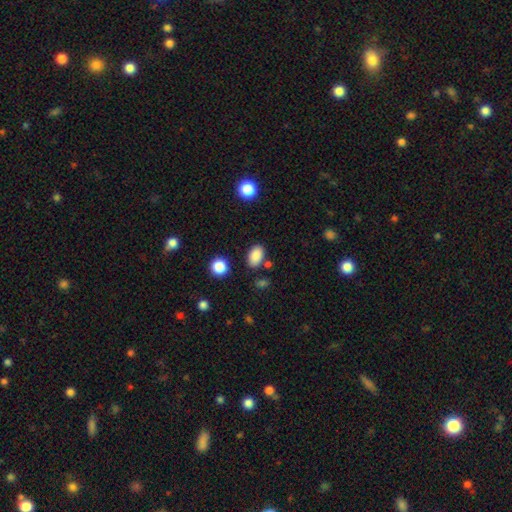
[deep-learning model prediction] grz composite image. It shows a smooth galaxy with no disk features (87%) that is in between round and cigar-shaped (89%). Merging: none (80%).